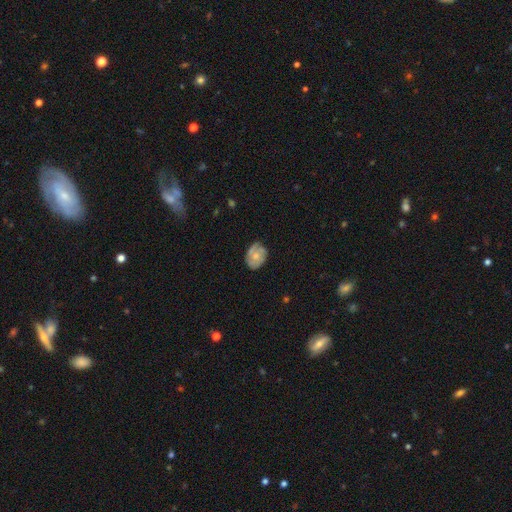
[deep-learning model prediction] smooth_or_featured: featured or disk (p=0.48) [alt: smooth p=0.45]
merging: none (p=0.65) [alt: minor disturbance p=0.27]